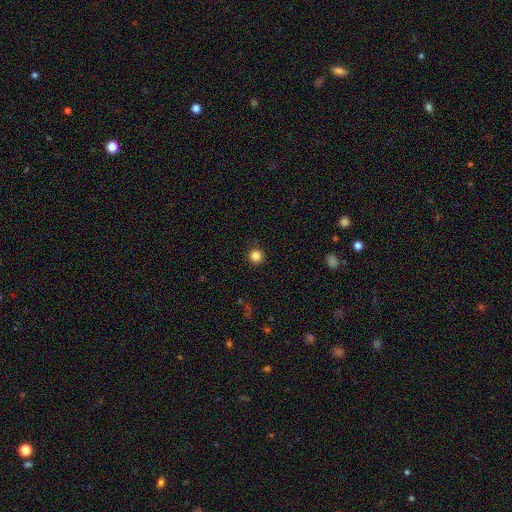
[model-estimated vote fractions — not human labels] The model was most divided on "smooth or featured": smooth: 85%, star or artifact: 11%, featured or disk: 4%. More confident: how rounded — round (95%); merging — none (91%).